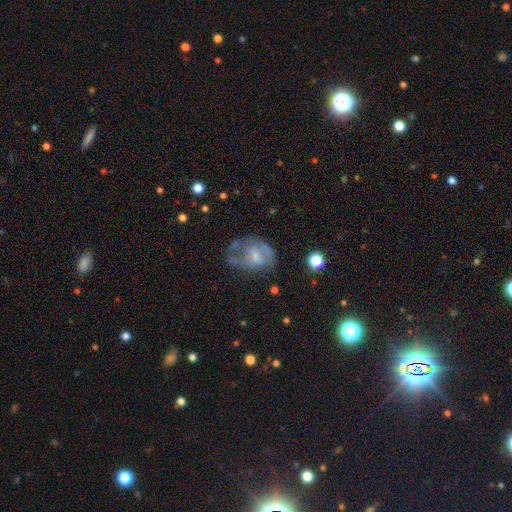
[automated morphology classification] The model was most divided on "merging": none: 39%, major disturbance: 31%, minor disturbance: 26%, merger: 4%. Remaining: edge-on disk — no (97%); bar — no (57%); smooth or featured — featured or disk (56%); spiral arms — yes (55%); bulge size — small (44%).